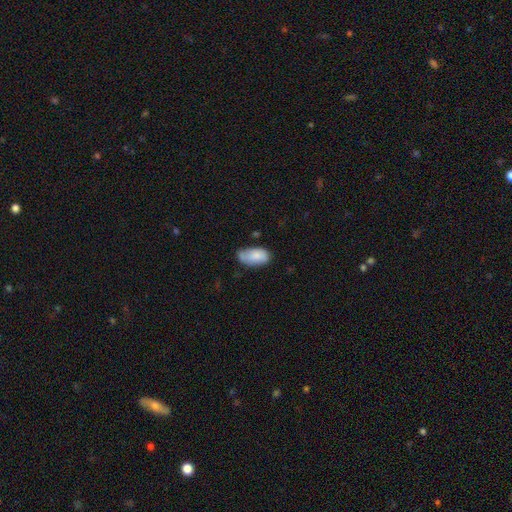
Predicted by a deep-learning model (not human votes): smooth-or-featured: smooth: 79% | featured or disk: 14% | star or artifact: 7%
  how-rounded: in between: 94% | round: 3% | cigar-shaped: 3%
  merging: none: 50% | minor disturbance: 34% | major disturbance: 8% | merger: 8%